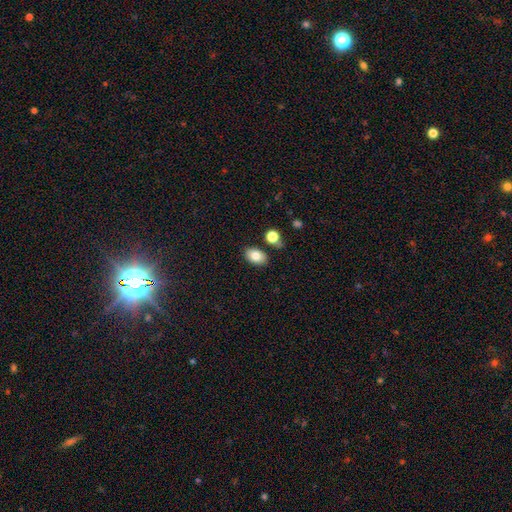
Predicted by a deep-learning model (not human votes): smooth 82%, featured or disk 10%, star or artifact 8%. Down the decision tree: how rounded — in between (88%); merging — none (81%).